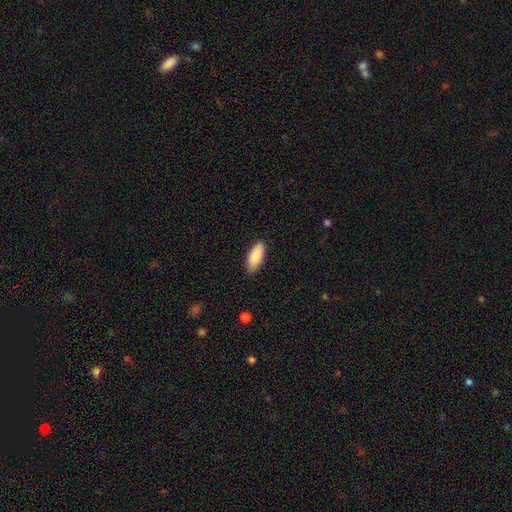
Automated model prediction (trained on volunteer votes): Smooth or featured?
  - smooth: 88% *
  - featured or disk: 6%
  - star or artifact: 6%
How rounded?
  - in between: 81% *
  - cigar-shaped: 17%
  - round: 2%
Merging?
  - none: 86% *
  - minor disturbance: 11%
  - major disturbance: 2%
  - merger: 1%